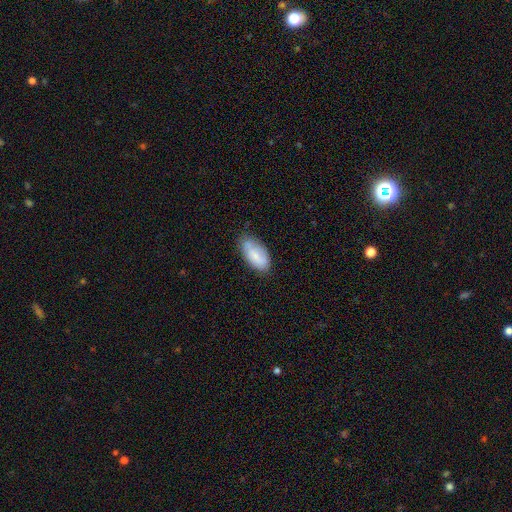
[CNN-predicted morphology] A smooth galaxy with no disk features (75%) that is in between round and cigar-shaped (93%). Merging: none (65%).